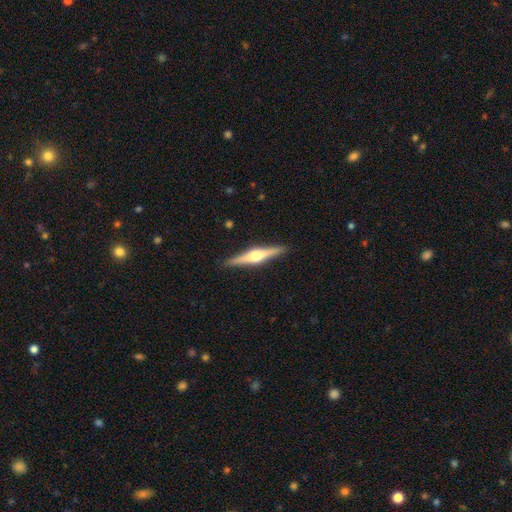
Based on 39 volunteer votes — A featured or disk galaxy (85%) viewed edge-on (100%) with a rounded central bulge (100%).

Vote fractions:
- Smooth or featured? featured or disk: 85% / smooth: 13% / star or artifact: 3%
- Edge-on disk? yes: 100% / no: 0%
- Edge-on bulge? rounded: 100% / boxy: 0% / none: 0%
- Merging? none: 97% / minor disturbance: 3% / major disturbance: 0% / merger: 0%